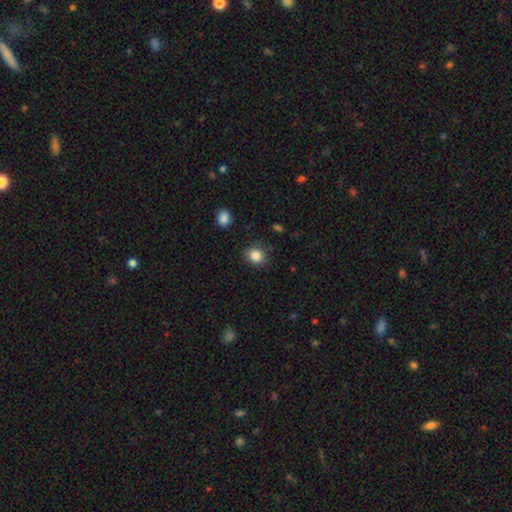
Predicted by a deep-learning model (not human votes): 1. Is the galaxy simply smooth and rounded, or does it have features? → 84% smooth, 10% star or artifact, 5% featured or disk.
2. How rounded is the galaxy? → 75% round, 25% in between, 1% cigar-shaped.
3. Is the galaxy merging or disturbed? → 86% none, 10% minor disturbance, 3% major disturbance, 2% merger.